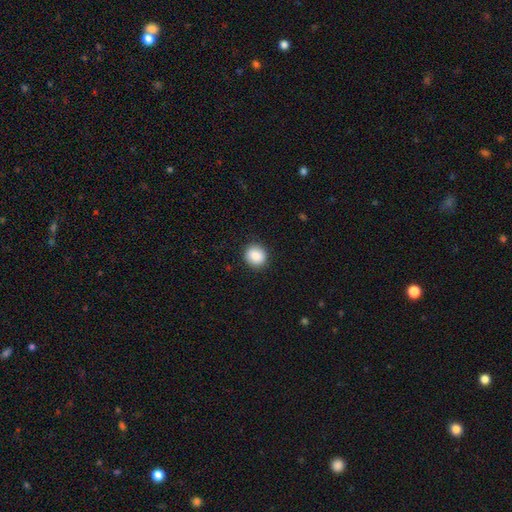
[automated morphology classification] The model was most divided on "how rounded": round: 84%, in between: 15%, cigar-shaped: 1%. More confident: merging — none (90%); smooth or featured — smooth (88%).